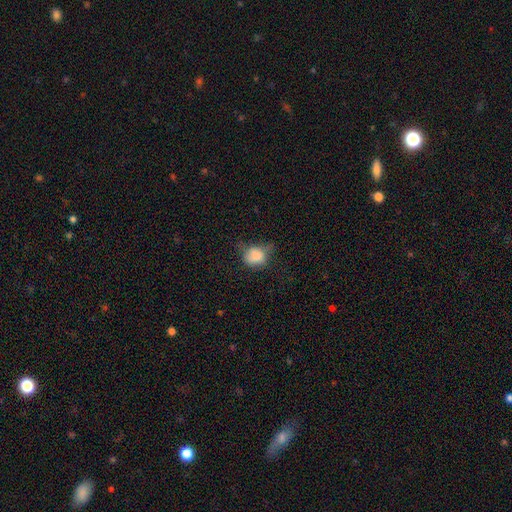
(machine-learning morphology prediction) smooth 76%, featured or disk 14%, star or artifact 10%. Down the decision tree: how rounded — round (51%); merging — minor disturbance (38%).